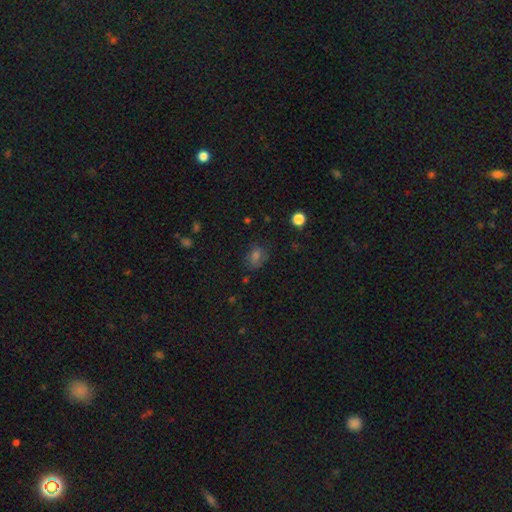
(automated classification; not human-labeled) Overall: smooth (62%; star or artifact 27%). How rounded: in between (59%; round 40%). Merging: none (73%).